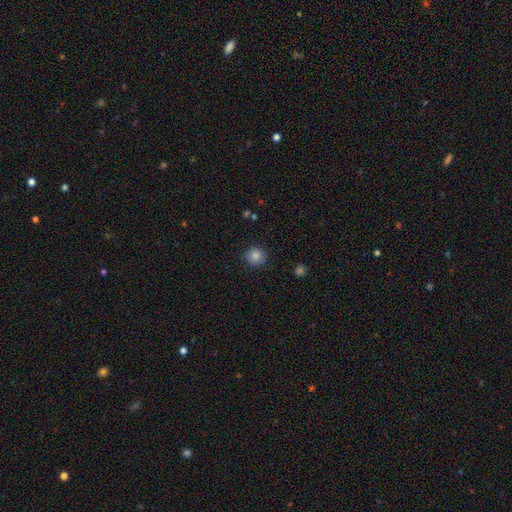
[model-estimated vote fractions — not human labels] smooth_or_featured: smooth (p=0.83) [alt: star or artifact p=0.11]
how_rounded: round (p=0.93) [alt: in between p=0.06]
merging: none (p=0.88) [alt: minor disturbance p=0.08]